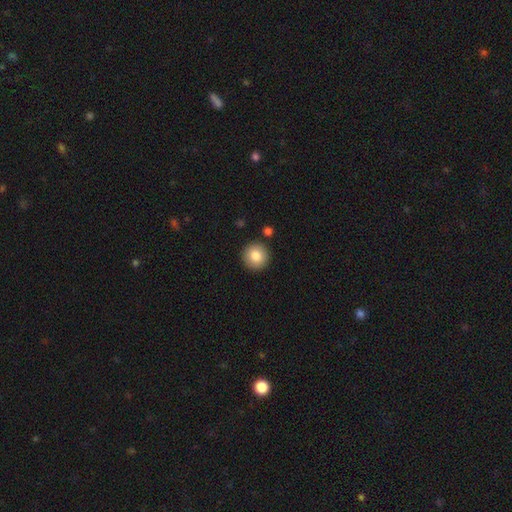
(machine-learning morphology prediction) smooth_or_featured: smooth (p=0.83) [alt: star or artifact p=0.09]
how_rounded: round (p=0.95) [alt: in between p=0.04]
merging: none (p=0.89) [alt: minor disturbance p=0.06]